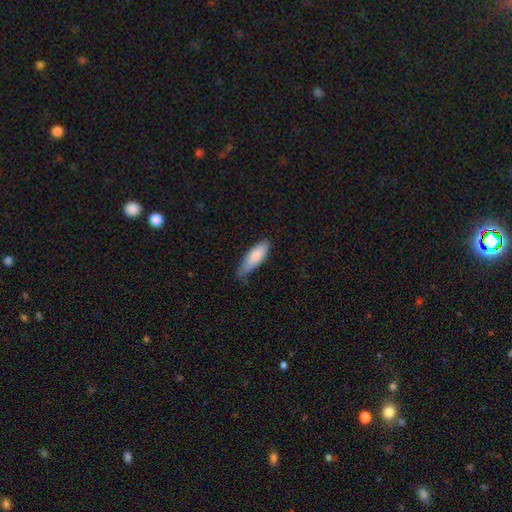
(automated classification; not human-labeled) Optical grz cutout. It shows a smooth galaxy with no disk features (85%) that is in between round and cigar-shaped (60%). Merging: none (60%).